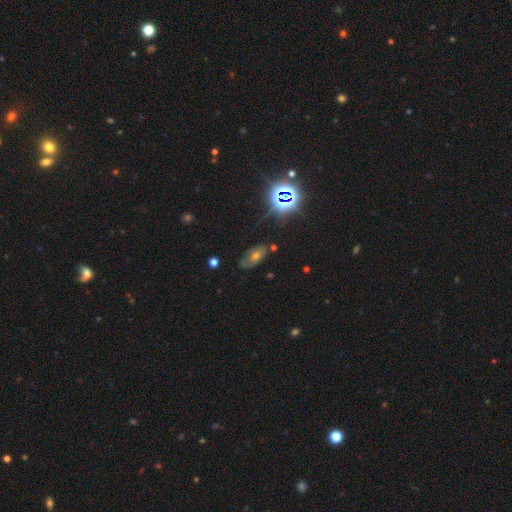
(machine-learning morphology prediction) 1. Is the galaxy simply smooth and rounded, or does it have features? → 35% featured or disk, 33% star or artifact, 32% smooth.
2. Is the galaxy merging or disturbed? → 63% none, 24% minor disturbance, 10% major disturbance, 3% merger.